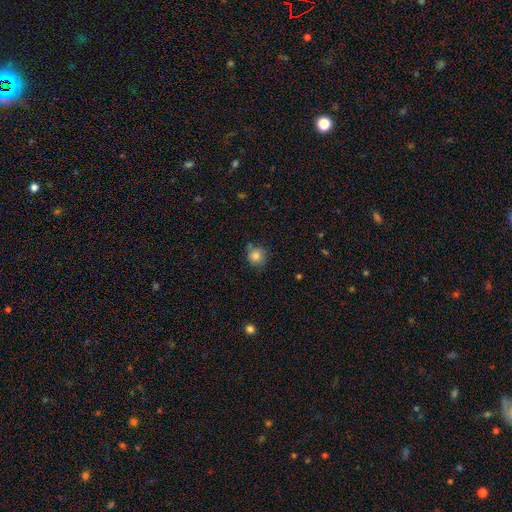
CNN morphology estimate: The model was most divided on "merging": none: 75%, minor disturbance: 18%, merger: 4%, major disturbance: 4%. More confident: how rounded — round (87%); smooth or featured — smooth (83%).